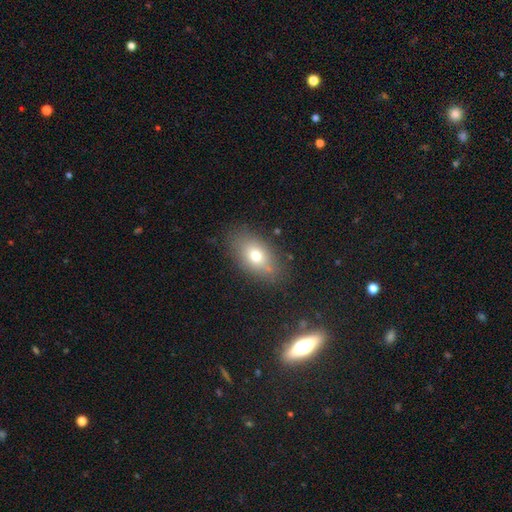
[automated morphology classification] This is likely a smooth galaxy (71%). How rounded: clearly in between (84%). Merging: likely none (80%).